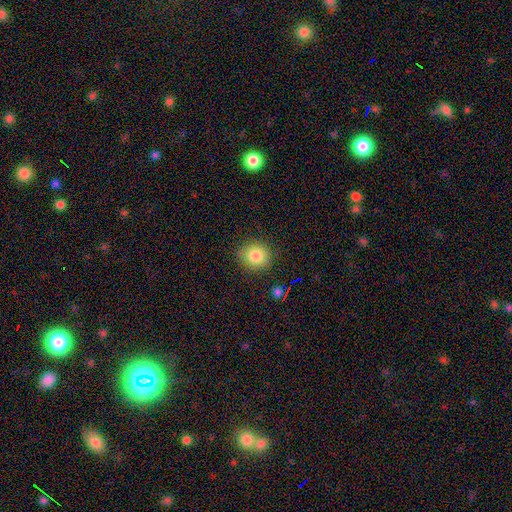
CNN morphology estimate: Smooth or featured: smooth — 83% (star or artifact — 10%)
How rounded: round — 83% (in between — 16%)
Merging: none — 87% (minor disturbance — 9%)